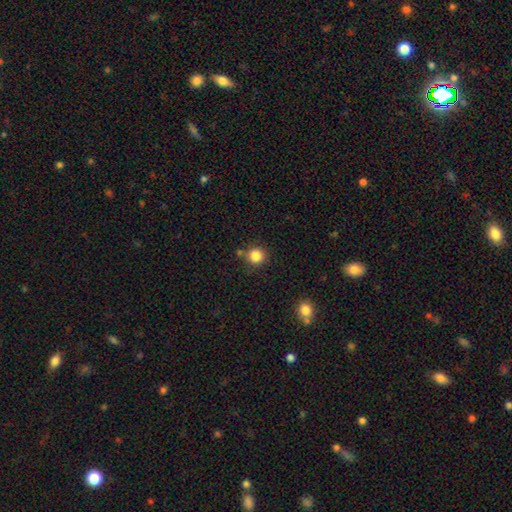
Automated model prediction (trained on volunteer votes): smooth-or-featured: smooth: 85% | star or artifact: 11% | featured or disk: 4%
  how-rounded: round: 92% | in between: 7% | cigar-shaped: 1%
  merging: none: 81% | minor disturbance: 10% | merger: 6% | major disturbance: 3%